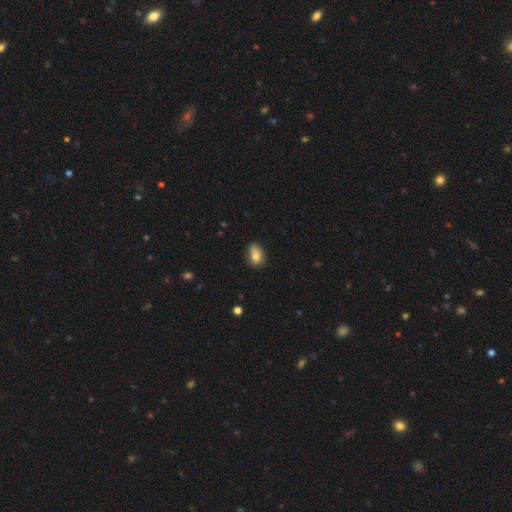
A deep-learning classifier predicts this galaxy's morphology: smooth 82%, featured or disk 9%, star or artifact 9%. Down the decision tree: how rounded — in between (83%); merging — none (68%).